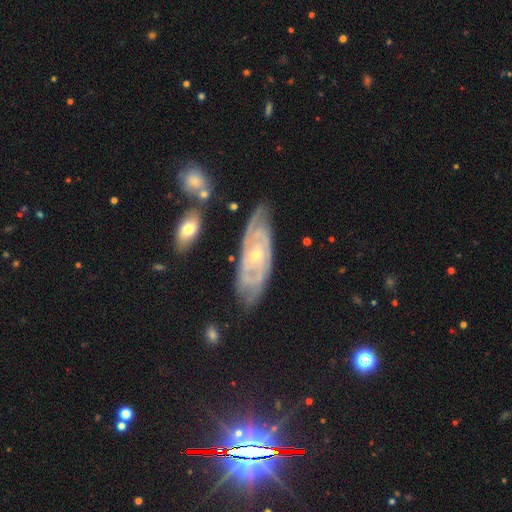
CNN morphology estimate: type=featured or disk (85%); edge-on=no (90%); bar=no (69%); spiral arms=yes (93%); winding=tight (71%); arm count=can't tell (40%); bulge=small (62%); merging=none (71%).